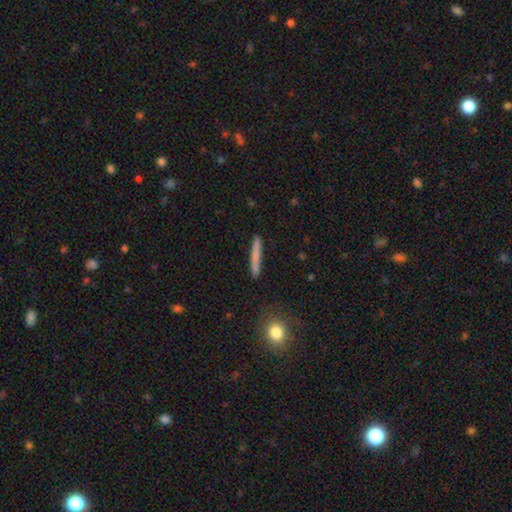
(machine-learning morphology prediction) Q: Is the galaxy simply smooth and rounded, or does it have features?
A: smooth — 73%.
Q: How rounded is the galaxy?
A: cigar-shaped — 95%.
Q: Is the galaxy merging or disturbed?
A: none — 88%.